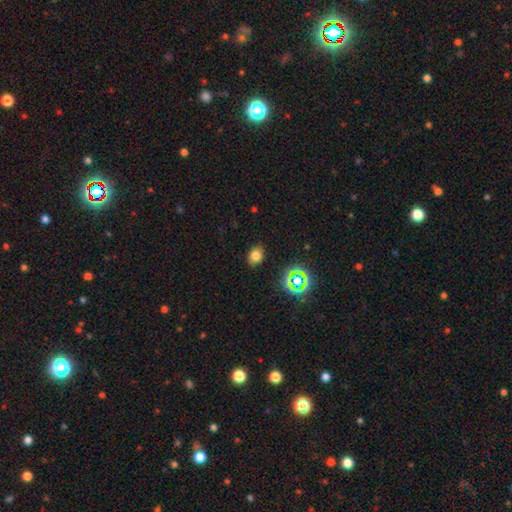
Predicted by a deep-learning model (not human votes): Smooth or featured?
  - smooth: 75% *
  - star or artifact: 17%
  - featured or disk: 8%
How rounded?
  - in between: 59% *
  - round: 40%
  - cigar-shaped: 1%
Merging?
  - none: 86% *
  - minor disturbance: 10%
  - major disturbance: 3%
  - merger: 1%